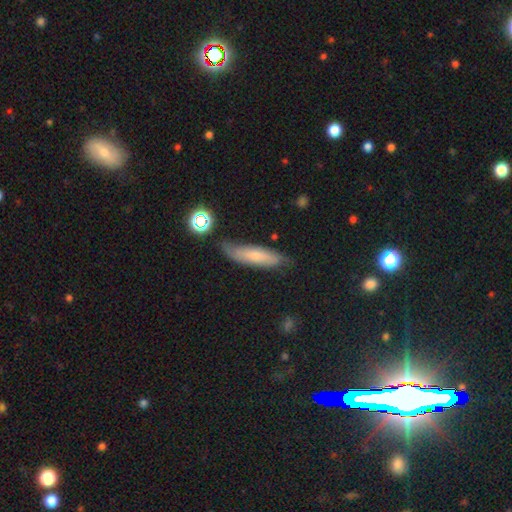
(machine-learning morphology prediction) This appears to be a smooth galaxy with no disk features (63%) that is cigar-shaped (67%). Merging: none (67%).